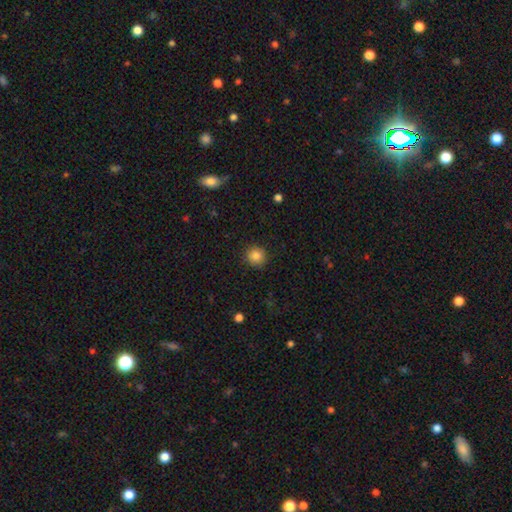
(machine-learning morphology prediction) smooth 85%, star or artifact 10%, featured or disk 5%. Down the decision tree: how rounded — round (93%); merging — none (91%).